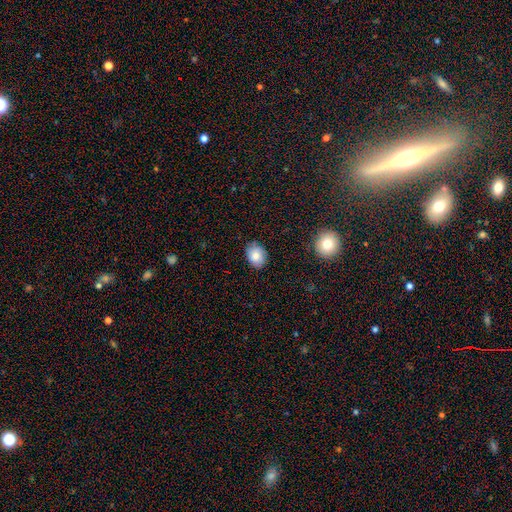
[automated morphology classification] Smooth or featured? smooth (77%)
How rounded? in between (59%)
Merging? none (79%)